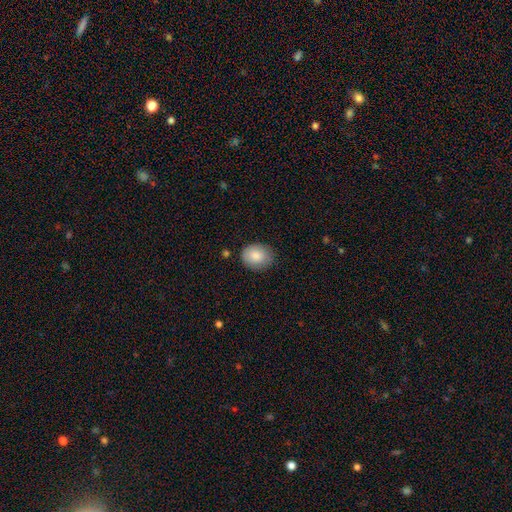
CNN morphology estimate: Smooth or featured? Predicted: smooth (p=0.85). How rounded? Predicted: in between (p=0.51). Merging? Predicted: none (p=0.80).